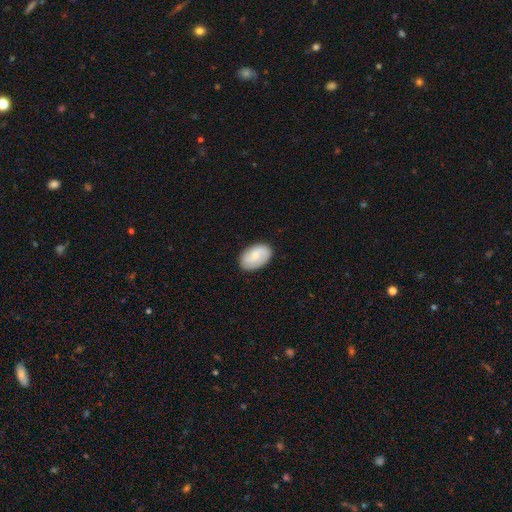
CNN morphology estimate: Smooth or featured? Predicted: smooth (p=0.63). How rounded? Predicted: in between (p=0.92). Merging? Predicted: none (p=0.86).